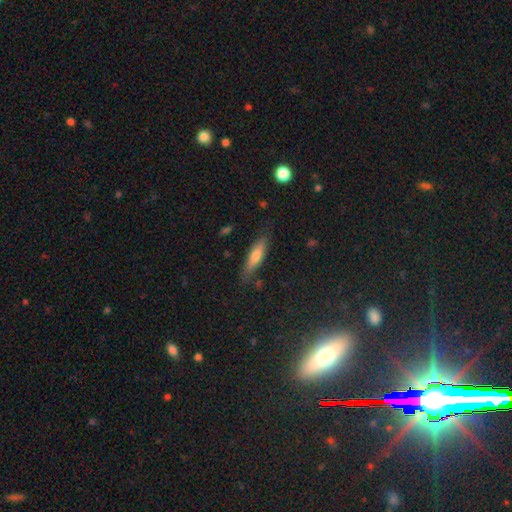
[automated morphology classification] This appears to be a smooth galaxy with no disk features (63%) that is cigar-shaped (70%). Merging: none (80%).